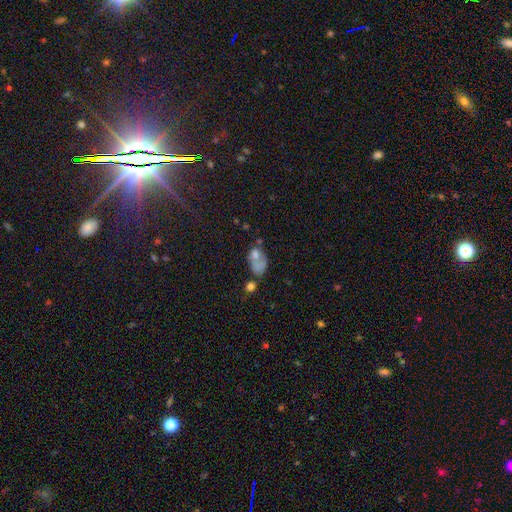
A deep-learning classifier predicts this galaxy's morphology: Overall: smooth (61%; featured or disk 26%). How rounded: in between (76%). Merging: merger (36%; none 24%).